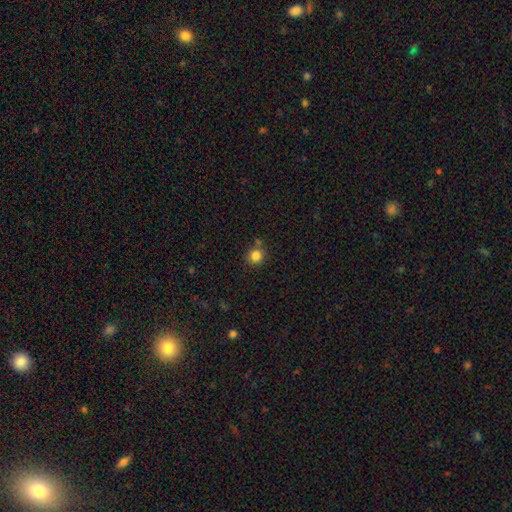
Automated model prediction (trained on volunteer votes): Q: Smooth or featured?
A: smooth (83%); runner-up: star or artifact (12%)
Q: How rounded?
A: round (92%); runner-up: in between (7%)
Q: Merging?
A: none (80%); runner-up: minor disturbance (9%)